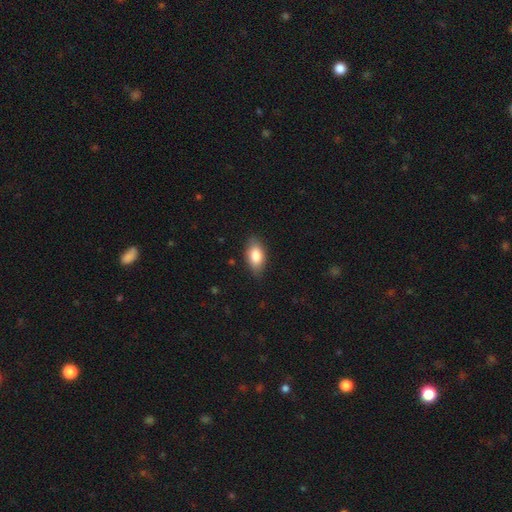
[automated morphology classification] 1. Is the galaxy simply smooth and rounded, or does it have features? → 83% smooth, 10% featured or disk, 7% star or artifact.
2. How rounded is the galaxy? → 91% in between, 5% round, 4% cigar-shaped.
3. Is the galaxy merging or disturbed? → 82% none, 15% minor disturbance, 3% major disturbance, 1% merger.